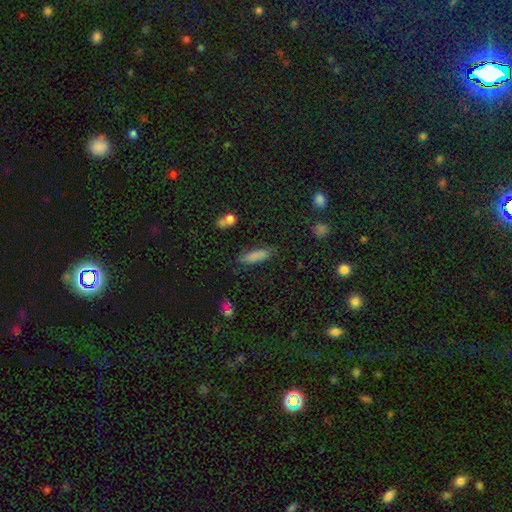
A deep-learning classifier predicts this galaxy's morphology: The model was most divided on "how rounded": cigar-shaped: 51%, in between: 47%, round: 2%. More confident: smooth or featured — smooth (83%); merging — none (77%).